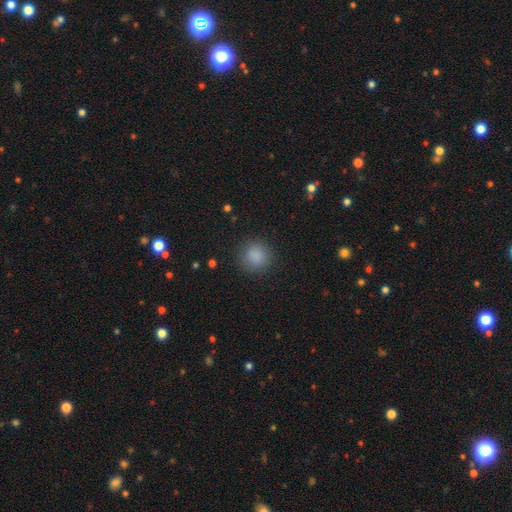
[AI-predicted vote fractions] Smooth or featured: smooth — 86% (star or artifact — 10%)
How rounded: round — 91% (in between — 8%)
Merging: none — 88% (minor disturbance — 8%)